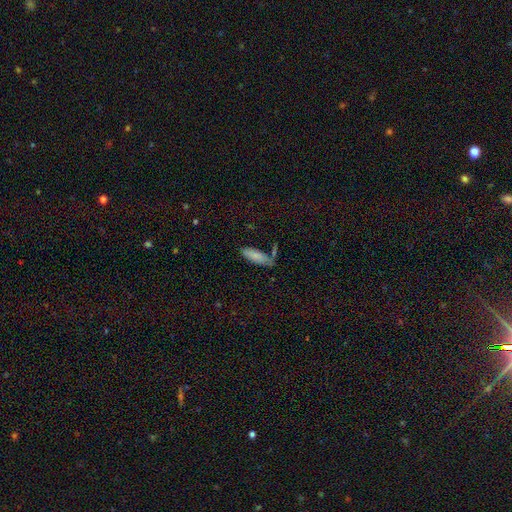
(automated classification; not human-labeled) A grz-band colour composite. It shows a smooth galaxy with no disk features (81%) that is in between round and cigar-shaped (60%). Merging: none (65%).